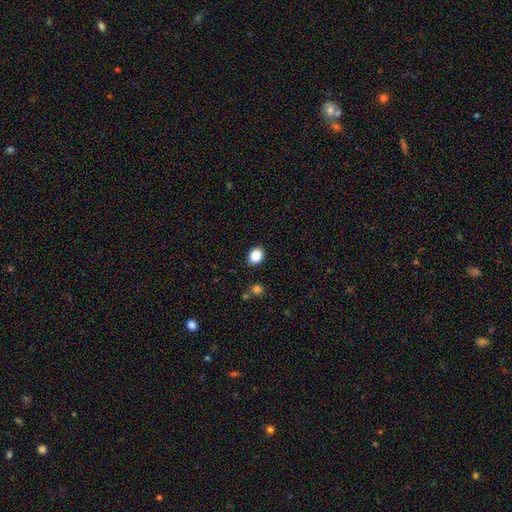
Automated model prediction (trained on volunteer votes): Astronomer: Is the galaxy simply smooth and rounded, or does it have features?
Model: smooth — 87%.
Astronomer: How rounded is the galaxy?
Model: round — 52% (runner-up: in between, 47%).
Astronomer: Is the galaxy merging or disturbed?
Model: none — 89%.